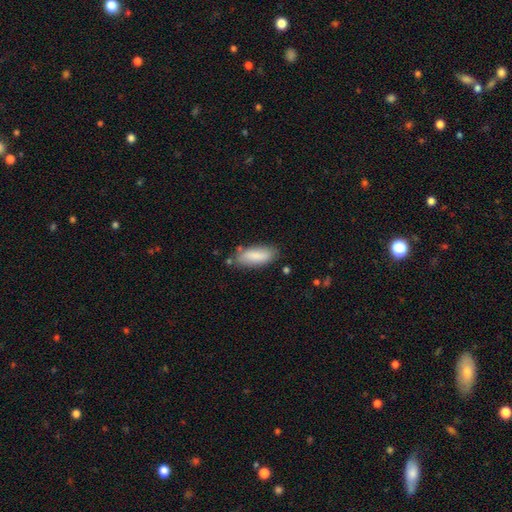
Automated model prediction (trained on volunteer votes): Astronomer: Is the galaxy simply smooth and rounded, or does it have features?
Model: smooth — 85%.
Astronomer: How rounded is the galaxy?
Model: in between — 77%.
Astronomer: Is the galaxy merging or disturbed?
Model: none — 75%.